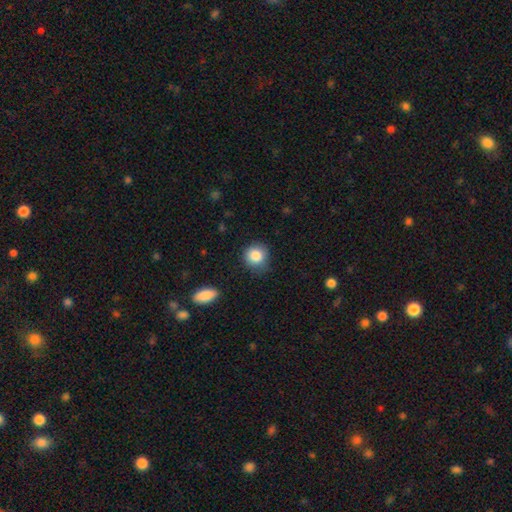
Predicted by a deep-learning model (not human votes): smooth 85%, star or artifact 9%, featured or disk 6%. Down the decision tree: how rounded — round (87%); merging — none (80%).